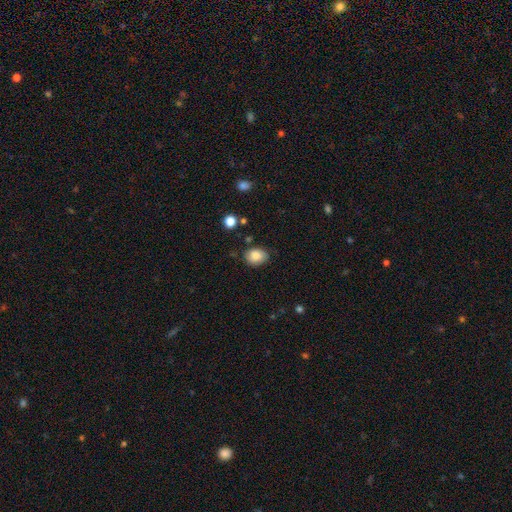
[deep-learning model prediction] Smooth or featured? smooth (84%)
How rounded? in between (63%)
Merging? none (75%)